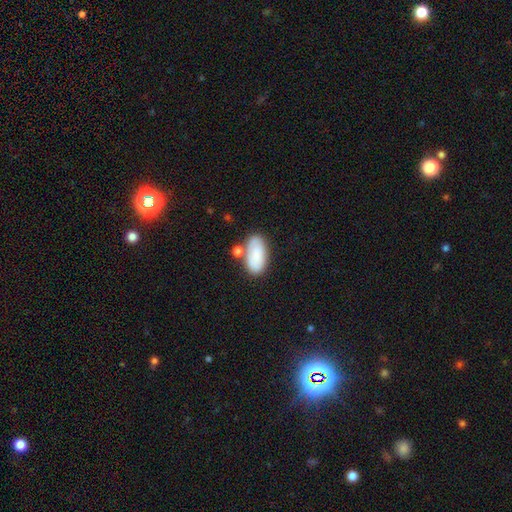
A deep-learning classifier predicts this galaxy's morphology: Smooth or featured?
  - smooth: 76% *
  - featured or disk: 17%
  - star or artifact: 7%
How rounded?
  - in between: 93% *
  - cigar-shaped: 3%
  - round: 3%
Merging?
  - none: 57% *
  - merger: 19%
  - minor disturbance: 18%
  - major disturbance: 6%